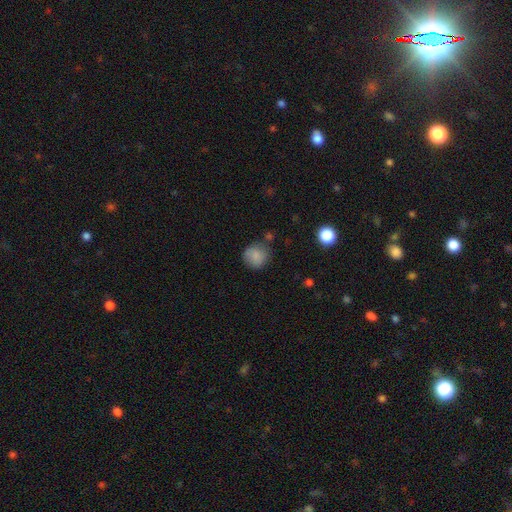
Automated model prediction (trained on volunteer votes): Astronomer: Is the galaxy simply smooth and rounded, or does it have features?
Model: smooth — 83%.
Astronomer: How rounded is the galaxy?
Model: round — 88%.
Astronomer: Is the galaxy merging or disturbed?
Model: none — 71%.